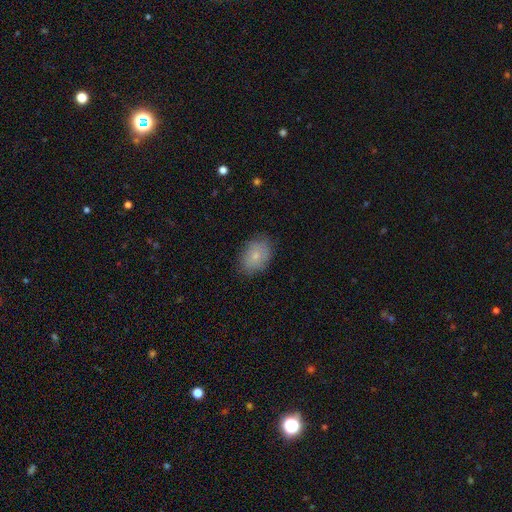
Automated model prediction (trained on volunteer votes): Smooth or featured: smooth — 74% (featured or disk — 18%)
How rounded: in between — 73% (round — 26%)
Merging: none — 79% (minor disturbance — 16%)